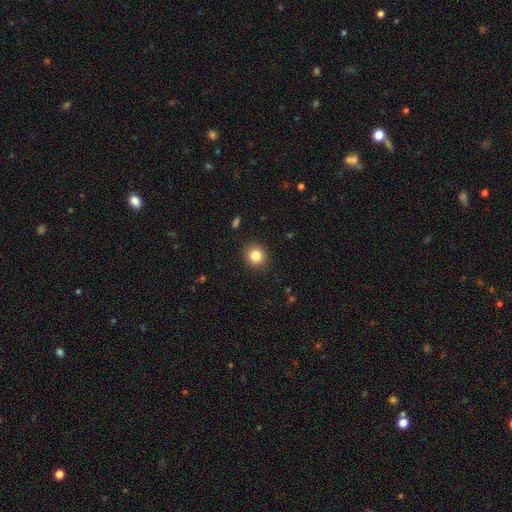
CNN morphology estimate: type=smooth (83%); roundness=round (84%); merging=none (90%).